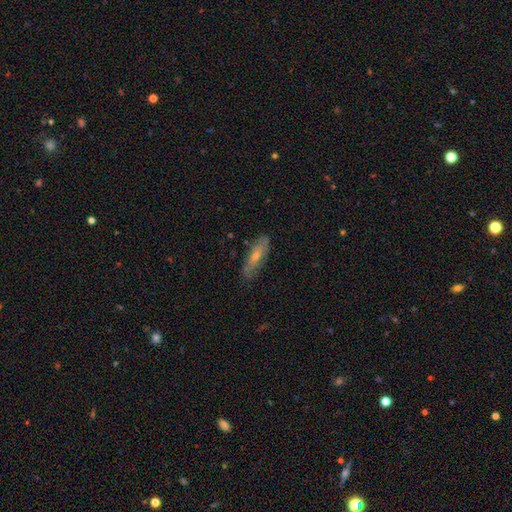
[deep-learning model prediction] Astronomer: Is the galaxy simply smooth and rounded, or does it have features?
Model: featured or disk — 52% (runner-up: smooth, 40%).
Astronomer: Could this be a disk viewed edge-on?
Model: no — 52% (runner-up: yes, 48%).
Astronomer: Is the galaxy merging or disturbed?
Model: none — 81%.